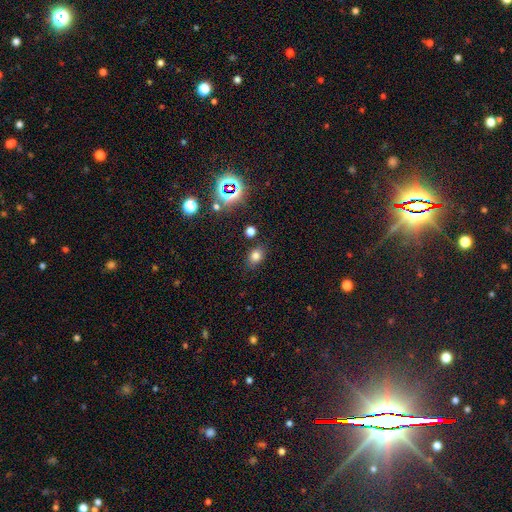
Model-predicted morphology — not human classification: A smooth galaxy with no disk features (74%) that is in between round and cigar-shaped (66%).

Vote fractions:
- Smooth or featured? smooth: 74% / star or artifact: 18% / featured or disk: 8%
- How rounded? in between: 66% / round: 33% / cigar-shaped: 1%
- Merging? none: 81% / minor disturbance: 12% / merger: 4% / major disturbance: 3%